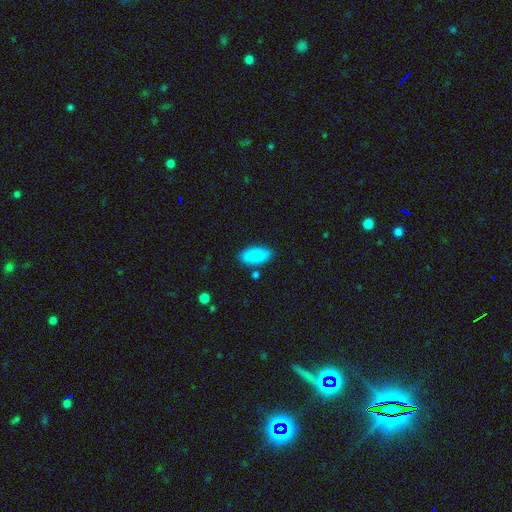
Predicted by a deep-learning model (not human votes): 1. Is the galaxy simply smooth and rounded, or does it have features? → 87% smooth, 7% featured or disk, 6% star or artifact.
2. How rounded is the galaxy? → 88% in between, 10% cigar-shaped, 2% round.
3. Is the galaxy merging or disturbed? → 82% none, 12% minor disturbance, 4% merger, 3% major disturbance.